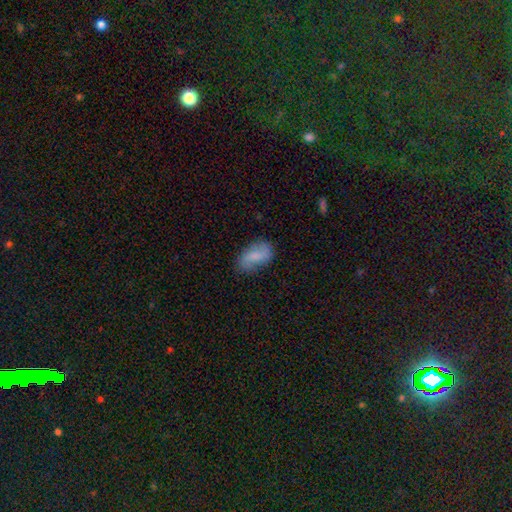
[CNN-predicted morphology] A smooth galaxy with no disk features (65%) that is in between round and cigar-shaped (91%).

Vote fractions:
- Smooth or featured? smooth: 65% / featured or disk: 27% / star or artifact: 7%
- How rounded? in between: 91% / round: 5% / cigar-shaped: 4%
- Merging? none: 73% / minor disturbance: 20% / major disturbance: 6% / merger: 2%